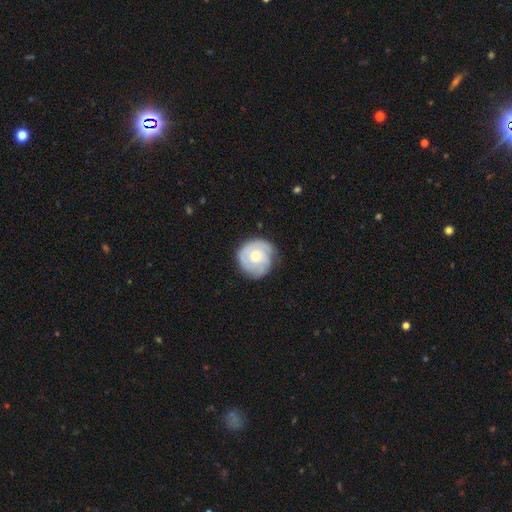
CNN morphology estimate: The model was most divided on "spiral arm count": can't tell: 35%, 3: 25%, 2: 23%, 1: 8%, 4: 5%, more than 4: 4%. More confident: edge-on disk — no (97%); spiral arms — yes (84%); bar — no (82%); merging — none (74%); spiral winding — tight (67%); smooth or featured — featured or disk (64%); bulge size — moderate (53%).